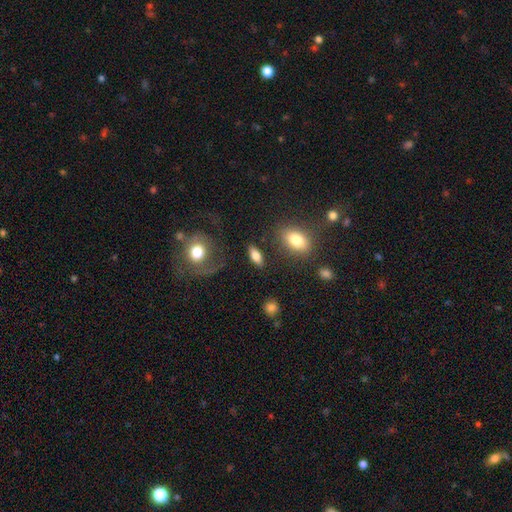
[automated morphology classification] Smooth or featured? Predicted: smooth (p=0.74). How rounded? Predicted: in between (p=0.77). Merging? Predicted: none (p=0.83).